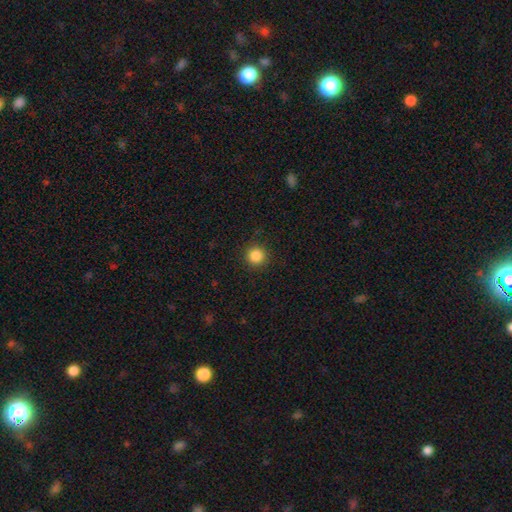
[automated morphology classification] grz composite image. It shows a smooth galaxy with no disk features (86%) that is round (95%). Merging: none (91%).